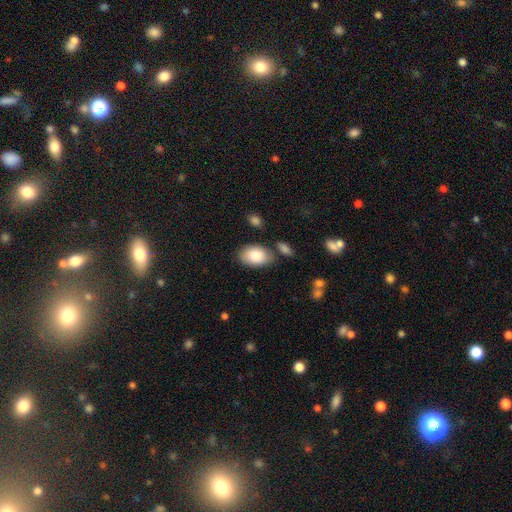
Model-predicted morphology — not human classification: A smooth galaxy with no disk features (86%) that is in between round and cigar-shaped (90%).

Vote fractions:
- Smooth or featured? smooth: 86% / featured or disk: 8% / star or artifact: 6%
- How rounded? in between: 90% / round: 9% / cigar-shaped: 1%
- Merging? none: 73% / minor disturbance: 16% / merger: 7% / major disturbance: 4%